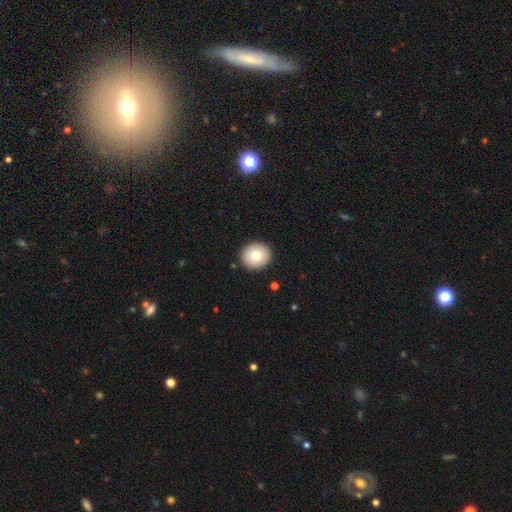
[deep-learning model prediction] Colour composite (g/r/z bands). It shows a smooth galaxy with no disk features (76%) that is round (87%). Merging: none (91%).